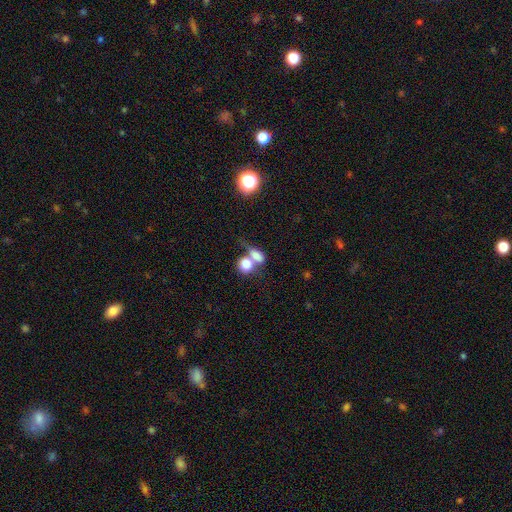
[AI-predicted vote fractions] Smooth or featured: smooth — 76% (featured or disk — 14%)
How rounded: in between — 59% (round — 35%)
Merging: merger — 61% (none — 24%)